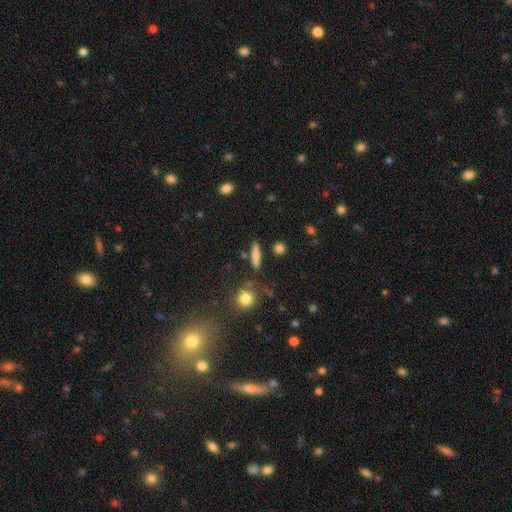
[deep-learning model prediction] A smooth galaxy with no disk features (75%) that is cigar-shaped (81%).

Vote fractions:
- Smooth or featured? smooth: 75% / featured or disk: 16% / star or artifact: 8%
- How rounded? cigar-shaped: 81% / in between: 14% / round: 5%
- Merging? none: 84% / minor disturbance: 9% / merger: 4% / major disturbance: 3%